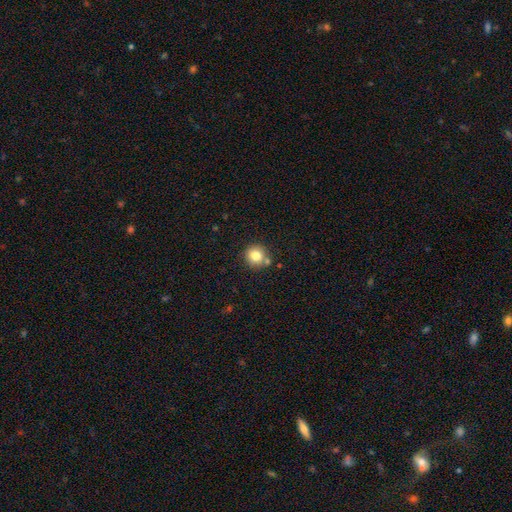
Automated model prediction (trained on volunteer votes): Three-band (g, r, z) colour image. It shows a smooth galaxy with no disk features (80%) that is round (93%). Merging: none (76%).